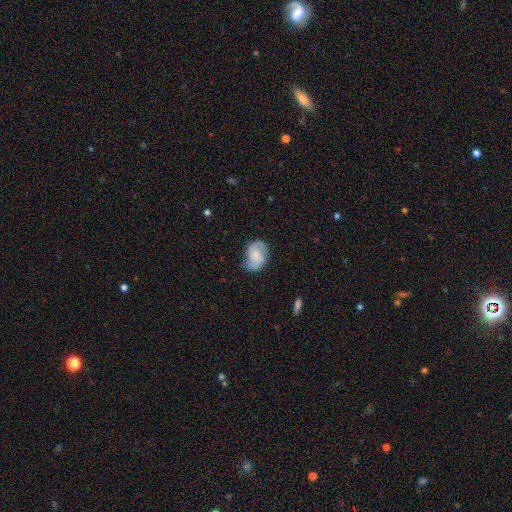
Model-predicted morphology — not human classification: featured or disk 67%, smooth 25%, star or artifact 7%. Down the decision tree: edge-on disk — no (98%); bar — no (59%); spiral arms — yes (94%); spiral arm count — 2 (88%); spiral winding — medium (48%); bulge size — none (35%); merging — none (70%).